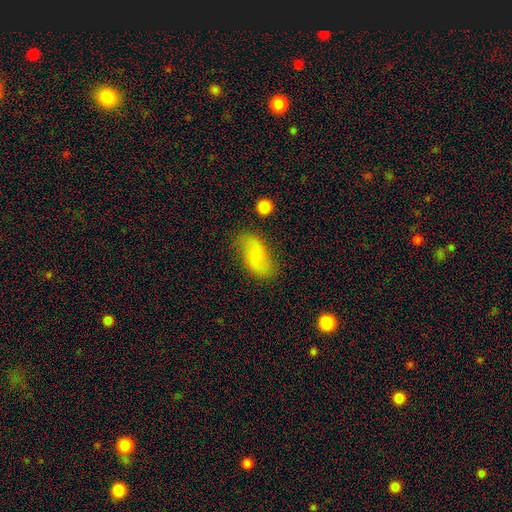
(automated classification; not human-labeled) smooth_or_featured: featured or disk (p=0.48) [alt: smooth p=0.44]
merging: none (p=0.74) [alt: minor disturbance p=0.18]